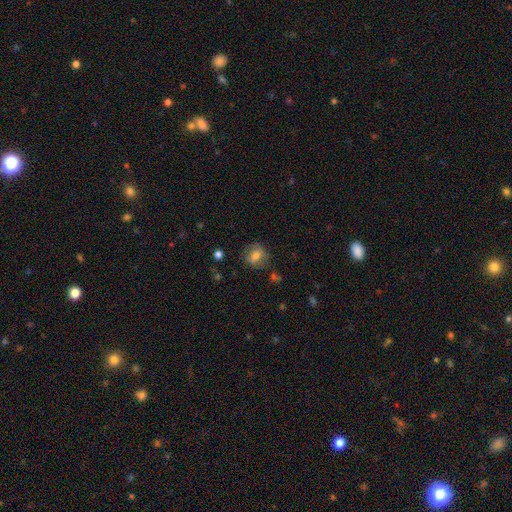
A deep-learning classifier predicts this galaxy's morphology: A smooth galaxy with no disk features (70%) that is round (63%).

Vote fractions:
- Smooth or featured? smooth: 70% / featured or disk: 21% / star or artifact: 9%
- How rounded? round: 63% / in between: 36% / cigar-shaped: 1%
- Merging? none: 72% / minor disturbance: 18% / major disturbance: 7% / merger: 2%